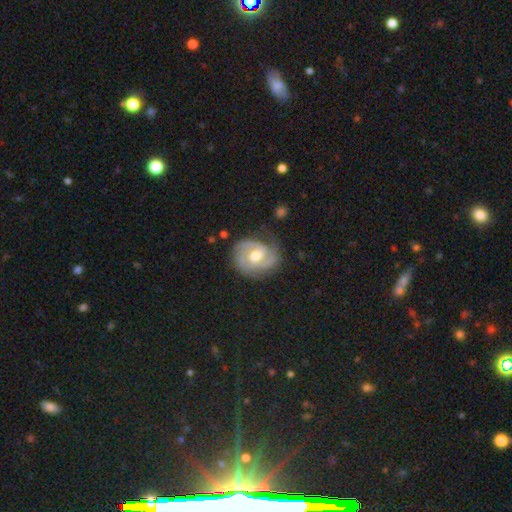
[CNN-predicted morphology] The model was most divided on "bar": weak: 46%, no: 42%, strong: 12%. More confident: edge-on disk — no (98%); spiral arms — yes (96%); smooth or featured — featured or disk (85%); bulge size — moderate (75%); merging — none (73%); spiral arm count — 2 (72%); spiral winding — tight (54%).